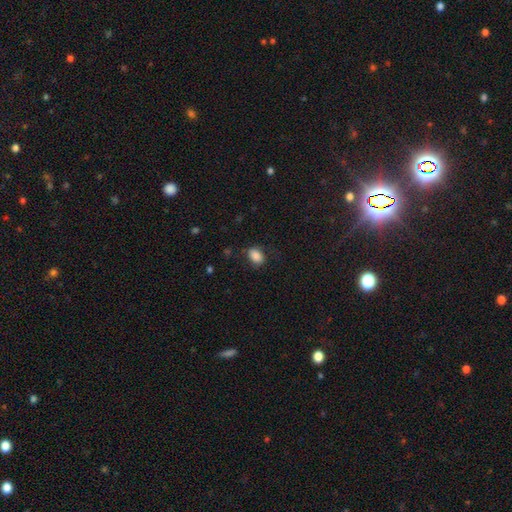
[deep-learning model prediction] smooth_or_featured: smooth (p=0.85) [alt: star or artifact p=0.09]
how_rounded: in between (p=0.81) [alt: round p=0.18]
merging: none (p=0.75) [alt: minor disturbance p=0.18]